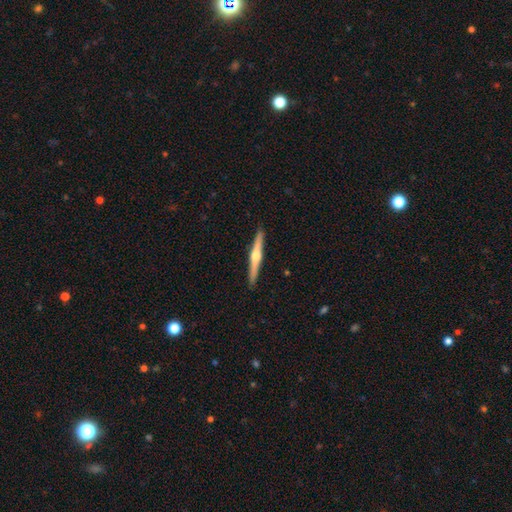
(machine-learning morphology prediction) Smooth or featured? Predicted: featured or disk (p=0.69). Edge-on disk? Predicted: yes (p=0.98). Edge-on bulge? Predicted: rounded (p=0.91). Merging? Predicted: none (p=0.92).